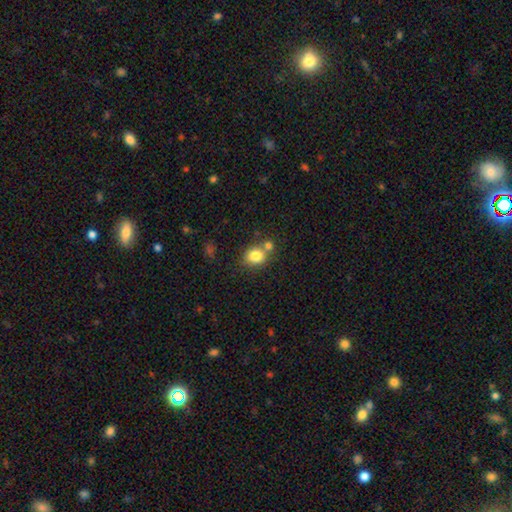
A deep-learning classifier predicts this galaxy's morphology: This is clearly a smooth galaxy (81%). How rounded: possibly round (58%). Merging: possibly none (57%).